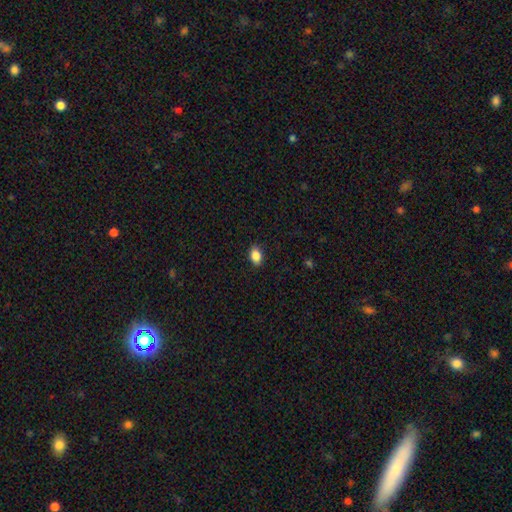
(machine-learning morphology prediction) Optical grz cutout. It shows a smooth galaxy with no disk features (85%) that is in between round and cigar-shaped (84%). Merging: none (87%).